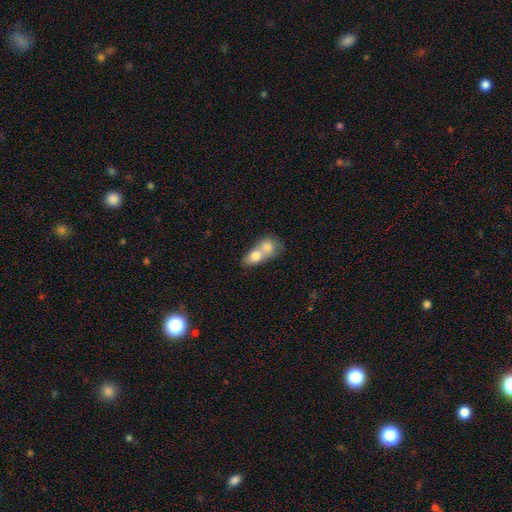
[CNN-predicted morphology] smooth_or_featured: smooth (p=0.75) [alt: featured or disk p=0.19]
how_rounded: in between (p=0.63) [alt: round p=0.34]
merging: merger (p=0.79) [alt: none p=0.13]